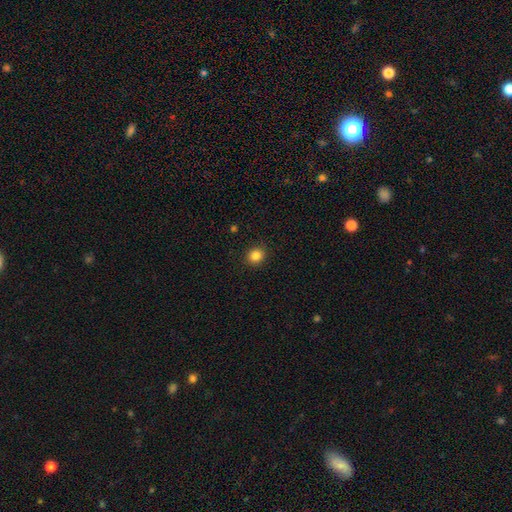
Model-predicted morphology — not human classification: Smooth or featured?
  - smooth: 85% *
  - star or artifact: 11%
  - featured or disk: 4%
How rounded?
  - round: 85% *
  - in between: 14%
  - cigar-shaped: 1%
Merging?
  - none: 91% *
  - minor disturbance: 6%
  - major disturbance: 2%
  - merger: 1%